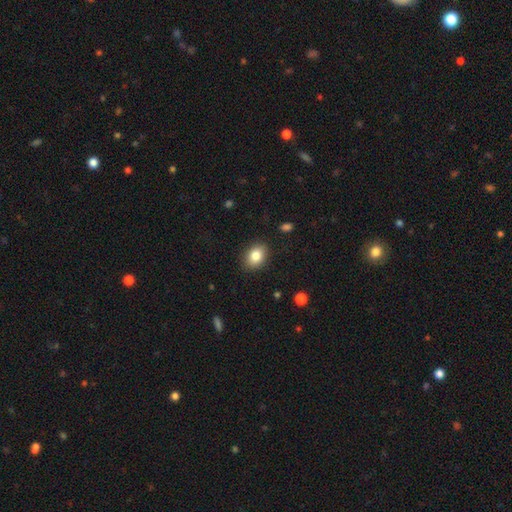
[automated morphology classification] Smooth or featured? Predicted: smooth (p=0.83). How rounded? Predicted: in between (p=0.67). Merging? Predicted: none (p=0.87).